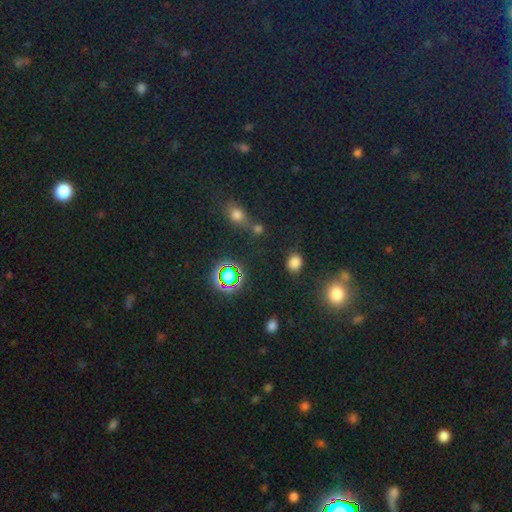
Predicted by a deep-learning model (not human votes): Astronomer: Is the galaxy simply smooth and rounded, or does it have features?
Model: star or artifact — 51% (runner-up: smooth, 40%).